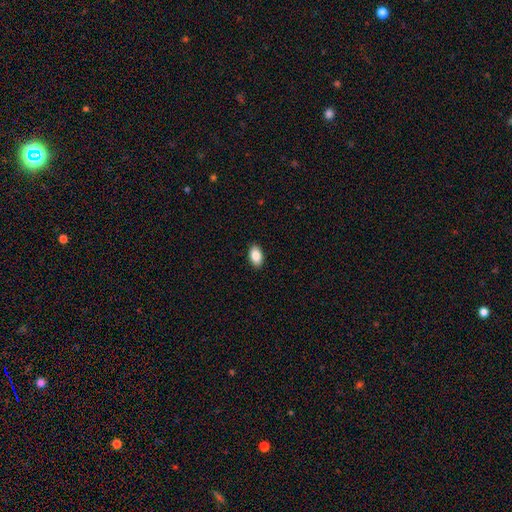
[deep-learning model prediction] Smooth or featured?
  - smooth: 88% *
  - star or artifact: 7%
  - featured or disk: 5%
How rounded?
  - in between: 93% *
  - round: 5%
  - cigar-shaped: 2%
Merging?
  - none: 90% *
  - minor disturbance: 7%
  - major disturbance: 2%
  - merger: 1%